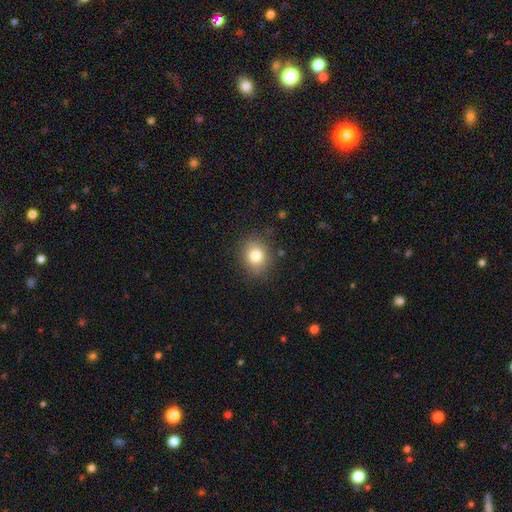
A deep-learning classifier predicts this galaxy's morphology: Q: Smooth or featured?
A: smooth (80%); runner-up: star or artifact (11%)
Q: How rounded?
A: round (68%); runner-up: in between (32%)
Q: Merging?
A: none (84%); runner-up: minor disturbance (11%)